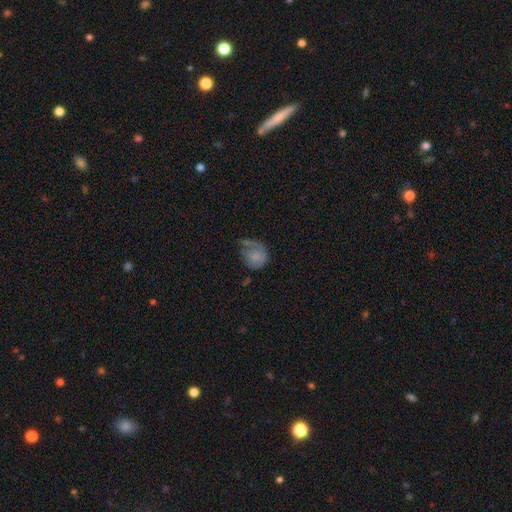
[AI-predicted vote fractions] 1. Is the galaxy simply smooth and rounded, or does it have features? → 51% smooth, 42% featured or disk, 8% star or artifact.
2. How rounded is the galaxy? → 63% round, 36% in between, 1% cigar-shaped.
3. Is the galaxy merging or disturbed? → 36% major disturbance, 33% none, 27% minor disturbance, 4% merger.